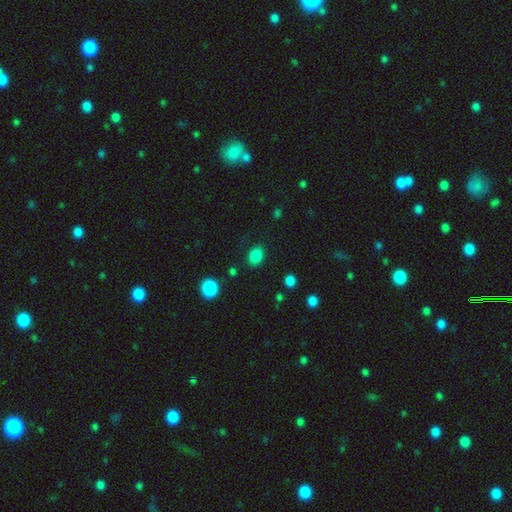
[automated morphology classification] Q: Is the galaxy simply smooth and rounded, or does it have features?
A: smooth — 85%.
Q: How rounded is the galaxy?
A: in between — 62%.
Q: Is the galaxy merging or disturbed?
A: none — 83%.